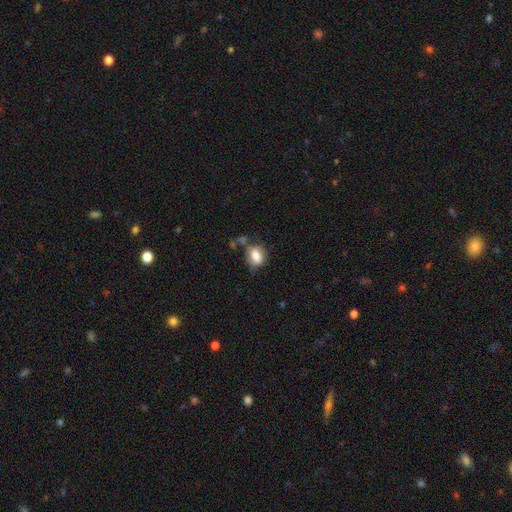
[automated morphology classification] This is likely a smooth galaxy (80%). How rounded: likely in between (73%). Merging: possibly none (50%).